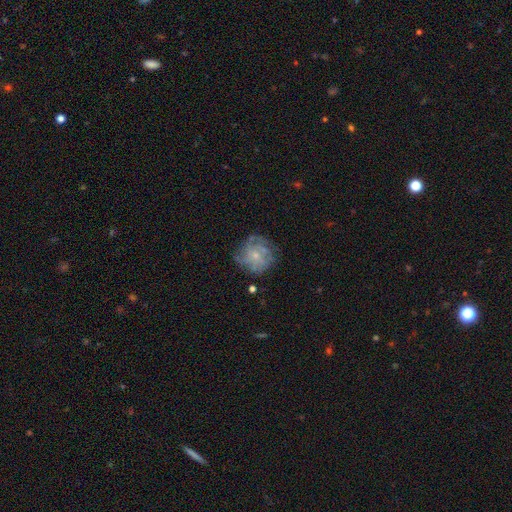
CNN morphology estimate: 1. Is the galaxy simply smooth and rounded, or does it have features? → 62% featured or disk, 27% smooth, 11% star or artifact.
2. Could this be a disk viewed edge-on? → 98% no, 2% yes.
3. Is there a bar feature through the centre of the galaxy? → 81% no, 17% weak, 3% strong.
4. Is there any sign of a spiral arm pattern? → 70% yes, 30% no.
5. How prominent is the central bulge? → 68% small, 24% moderate, 5% none, 2% large, 1% dominant.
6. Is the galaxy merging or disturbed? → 66% none, 19% minor disturbance, 12% major disturbance, 2% merger.